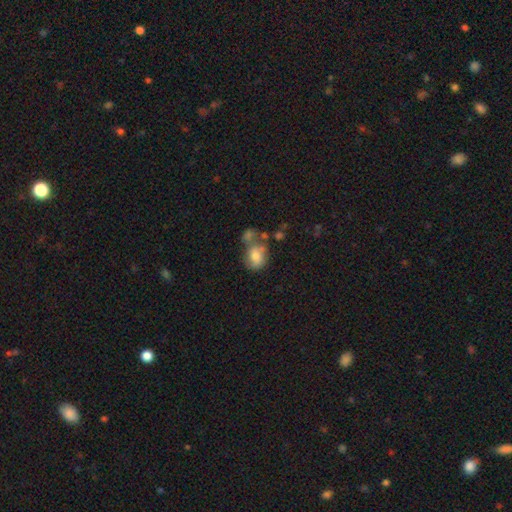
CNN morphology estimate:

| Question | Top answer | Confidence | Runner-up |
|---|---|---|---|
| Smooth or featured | smooth | 70% | featured or disk (20%) |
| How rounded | in between | 53% | round (46%) |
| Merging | none | 35% | merger (33%) |